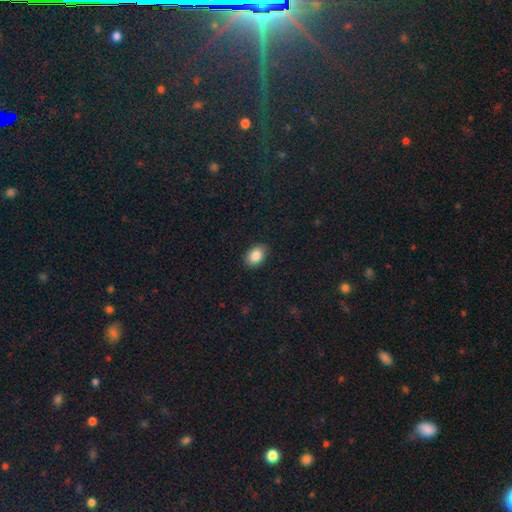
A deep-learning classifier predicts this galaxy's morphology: A smooth galaxy with no disk features (86%) that is in between round and cigar-shaped (80%).

Vote fractions:
- Smooth or featured? smooth: 86% / star or artifact: 8% / featured or disk: 6%
- How rounded? in between: 80% / round: 19% / cigar-shaped: 1%
- Merging? none: 88% / minor disturbance: 9% / major disturbance: 2% / merger: 1%